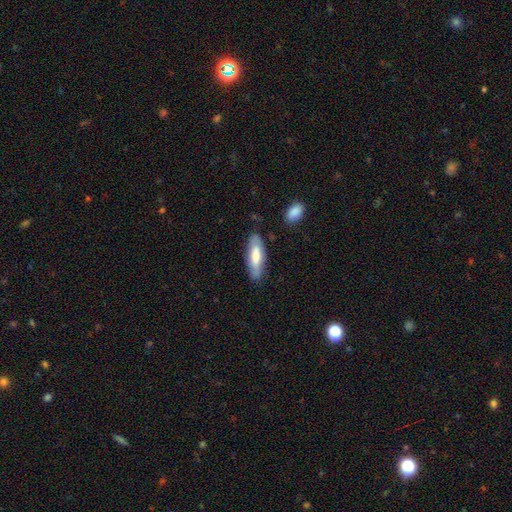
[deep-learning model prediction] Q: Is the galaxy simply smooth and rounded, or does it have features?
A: smooth — 61%.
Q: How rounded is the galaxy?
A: in between — 50%.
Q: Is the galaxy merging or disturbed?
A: none — 78%.